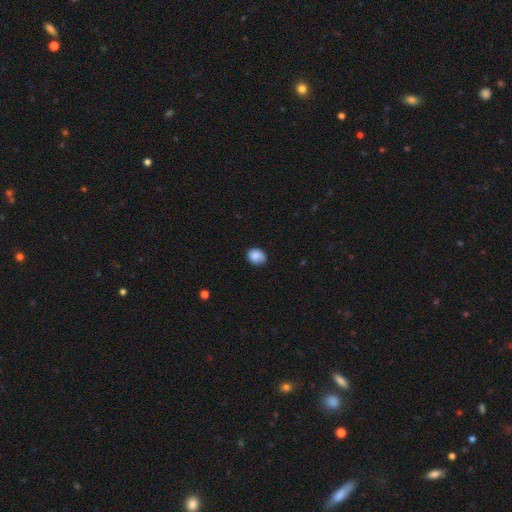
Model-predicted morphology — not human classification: Overall: smooth (86%). How rounded: round (56%; in between 44%). Merging: none (75%).